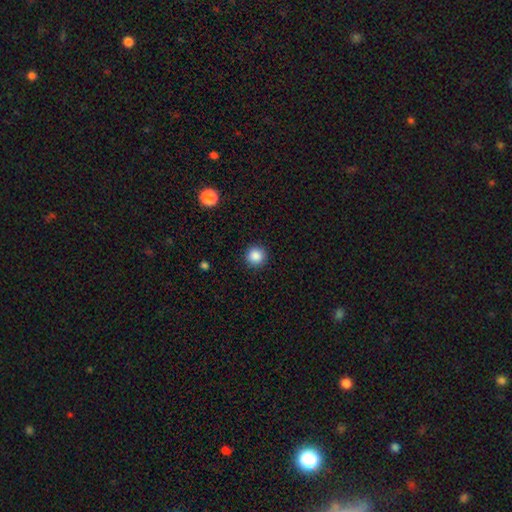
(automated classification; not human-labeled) Smooth or featured: smooth — 87% (star or artifact — 10%)
How rounded: round — 95% (in between — 4%)
Merging: none — 92% (minor disturbance — 5%)